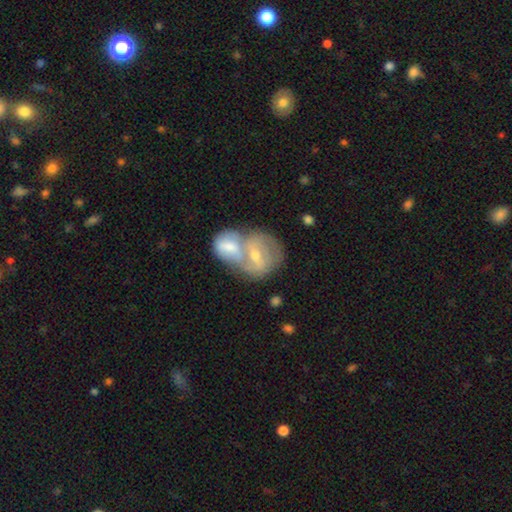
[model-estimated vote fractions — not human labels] smooth_or_featured: featured or disk (p=0.59) [alt: smooth p=0.35]
disk_edge_on: no (p=0.96) [alt: yes p=0.04]
bar: weak (p=0.48) [alt: no p=0.30]
has_spiral_arms: yes (p=0.65) [alt: no p=0.35]
bulge_size: moderate (p=0.57) [alt: small p=0.37]
merging: merger (p=0.74) [alt: none p=0.17]